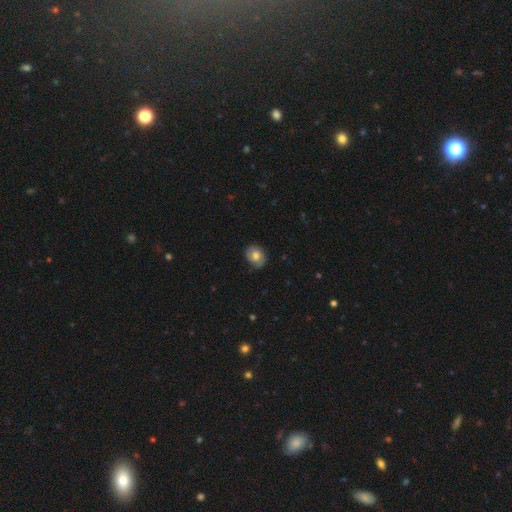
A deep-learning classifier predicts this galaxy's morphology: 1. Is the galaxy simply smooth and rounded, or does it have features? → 63% smooth, 28% featured or disk, 8% star or artifact.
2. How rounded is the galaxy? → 57% in between, 42% round, 1% cigar-shaped.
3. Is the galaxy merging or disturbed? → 78% none, 17% minor disturbance, 4% major disturbance, 1% merger.